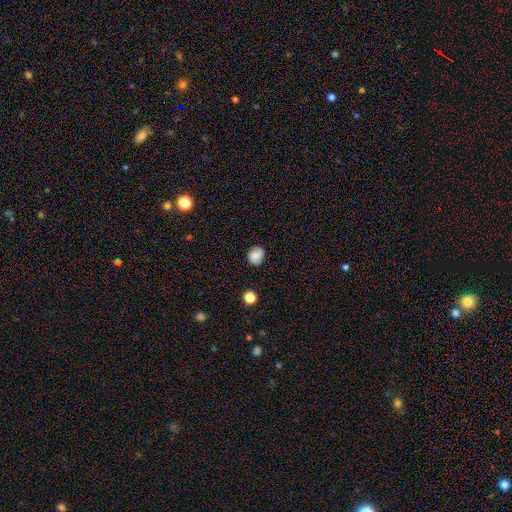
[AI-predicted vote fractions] Morphology: type=smooth (81%); roundness=round (63%); merging=none (77%).